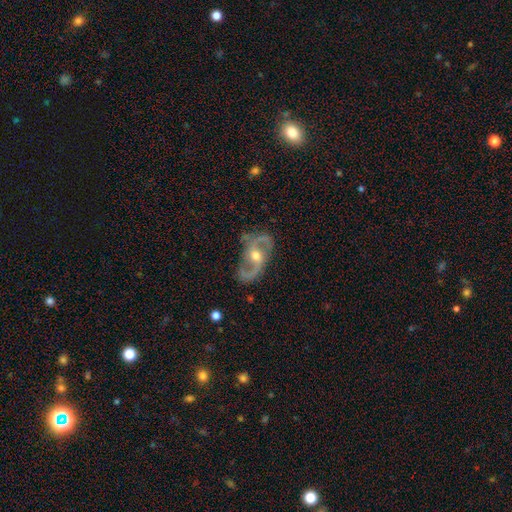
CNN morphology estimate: Q: Smooth or featured?
A: featured or disk (88%); runner-up: smooth (6%)
Q: Edge-on disk?
A: no (96%); runner-up: yes (4%)
Q: Bar?
A: no (55%); runner-up: weak (32%)
Q: Spiral arms?
A: yes (95%); runner-up: no (5%)
Q: Spiral winding?
A: loose (44%); tied with: medium (44%)
Q: Spiral arm count?
A: 2 (89%); runner-up: can't tell (4%)
Q: Bulge size?
A: moderate (70%); runner-up: small (23%)
Q: Merging?
A: none (70%); runner-up: minor disturbance (18%)